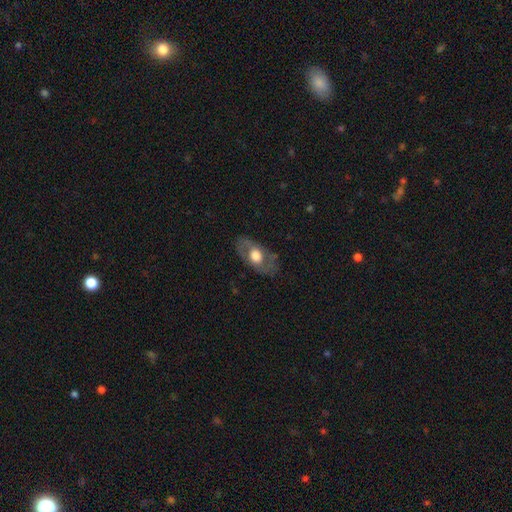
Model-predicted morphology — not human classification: Q: Smooth or featured?
A: featured or disk (51%); runner-up: smooth (43%)
Q: Edge-on disk?
A: no (81%); runner-up: yes (19%)
Q: Merging?
A: none (74%); runner-up: minor disturbance (17%)